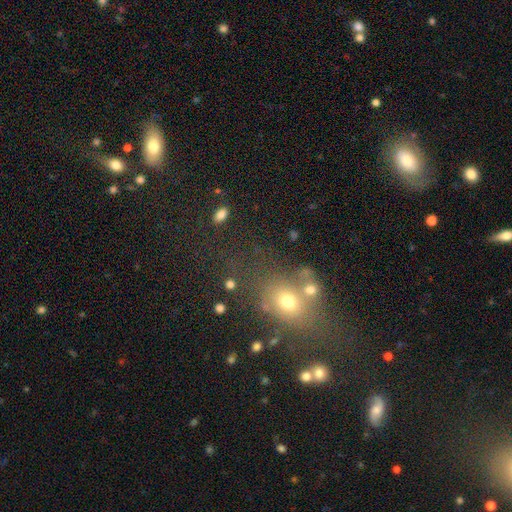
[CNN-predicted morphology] smooth 51%, star or artifact 34%, featured or disk 16%. Down the decision tree: how rounded — round (55%); merging — none (60%).